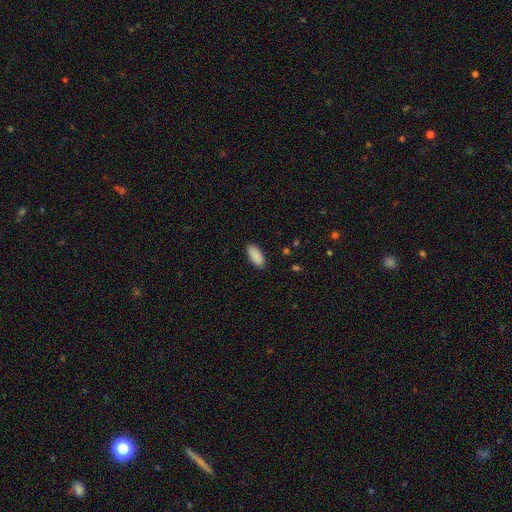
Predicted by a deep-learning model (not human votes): This appears to be a smooth galaxy with no disk features (91%) that is in between round and cigar-shaped (90%). Merging: none (89%).